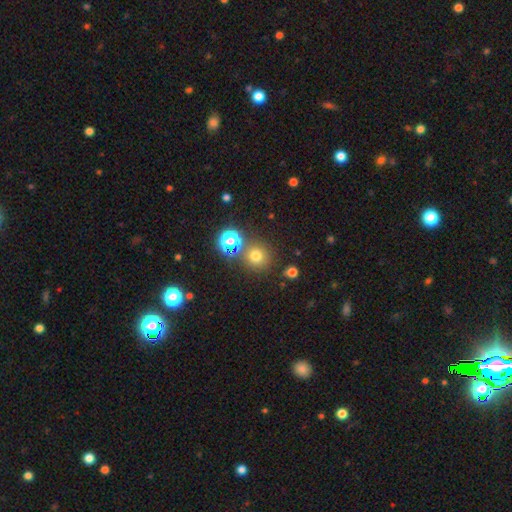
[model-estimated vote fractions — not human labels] Smooth or featured: smooth — 68% (star or artifact — 24%)
How rounded: round — 92% (in between — 7%)
Merging: none — 78% (merger — 11%)